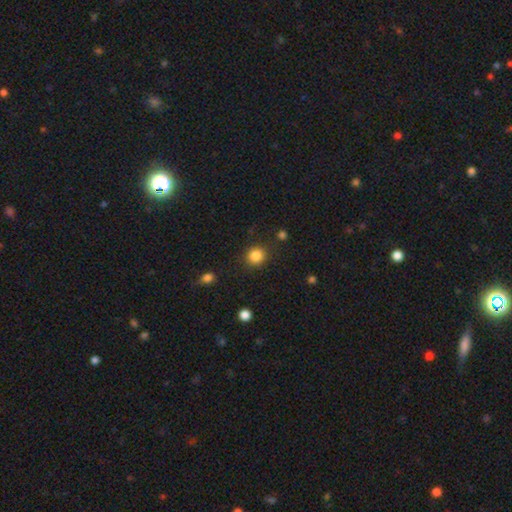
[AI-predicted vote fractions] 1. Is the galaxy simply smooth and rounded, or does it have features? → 85% smooth, 11% star or artifact, 4% featured or disk.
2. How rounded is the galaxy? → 85% round, 14% in between, 1% cigar-shaped.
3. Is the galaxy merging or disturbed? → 86% none, 8% minor disturbance, 3% major disturbance, 2% merger.